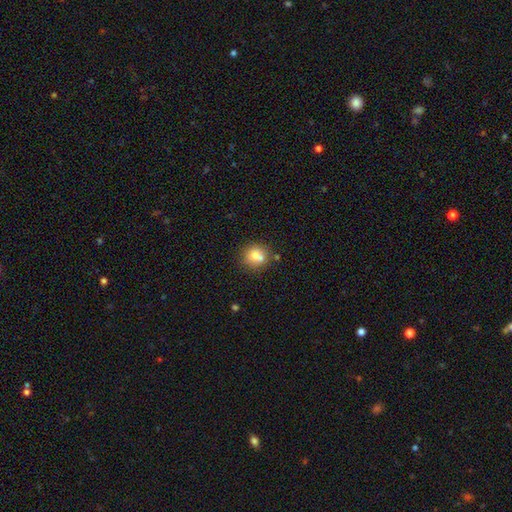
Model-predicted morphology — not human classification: A smooth galaxy with no disk features (71%) that is round (86%). Merging: none (57%).